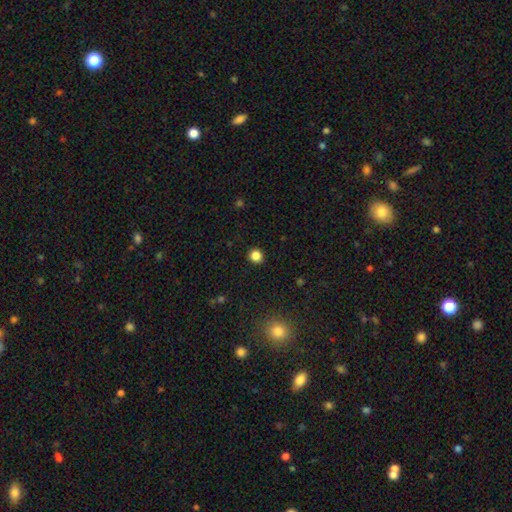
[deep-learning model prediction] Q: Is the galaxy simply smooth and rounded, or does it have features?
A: smooth — 84%.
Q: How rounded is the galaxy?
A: round — 91%.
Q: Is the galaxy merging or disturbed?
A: none — 93%.